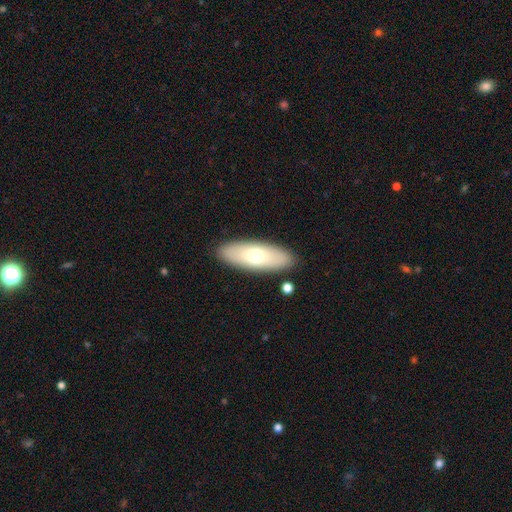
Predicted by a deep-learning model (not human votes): The model was most divided on "smooth or featured": smooth: 65%, featured or disk: 29%, star or artifact: 6%. More confident: merging — none (89%); how rounded — in between (67%).